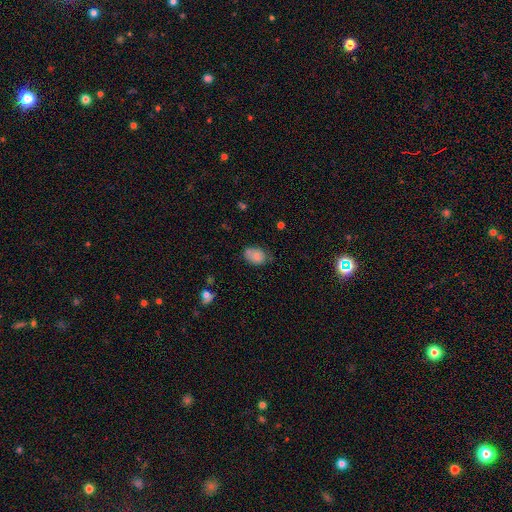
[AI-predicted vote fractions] This is likely a smooth galaxy (76%). How rounded: likely in between (76%). Merging: possibly none (60%).